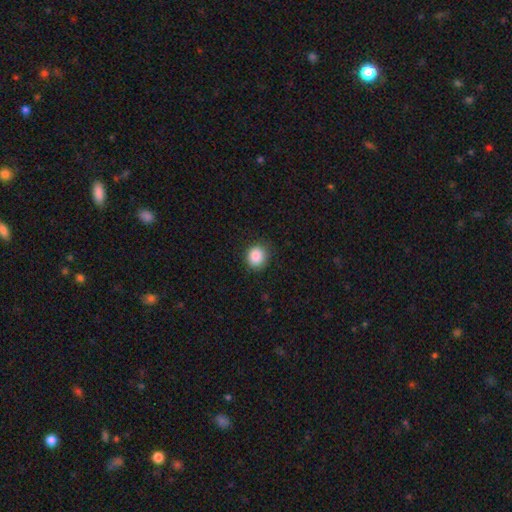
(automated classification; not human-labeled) smooth-or-featured: smooth: 88% | star or artifact: 9% | featured or disk: 3%
  how-rounded: round: 81% | in between: 18% | cigar-shaped: 1%
  merging: none: 86% | minor disturbance: 11% | major disturbance: 3% | merger: 1%